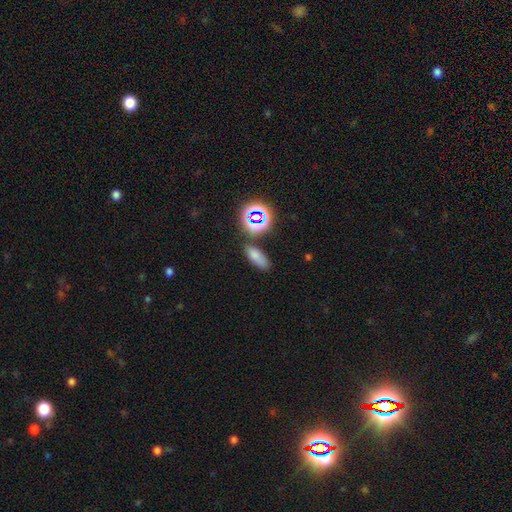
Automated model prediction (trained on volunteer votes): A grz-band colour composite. It shows a smooth galaxy with no disk features (69%) that is in between round and cigar-shaped (75%). Merging: none (72%).